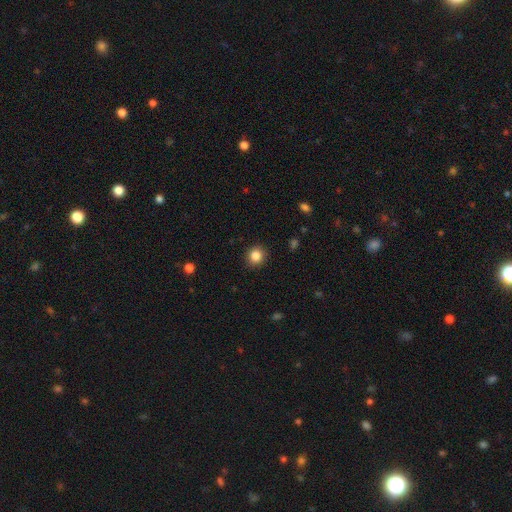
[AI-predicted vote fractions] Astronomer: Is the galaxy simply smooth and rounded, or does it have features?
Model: smooth — 86%.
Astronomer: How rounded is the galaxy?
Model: round — 87%.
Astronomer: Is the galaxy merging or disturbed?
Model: none — 90%.